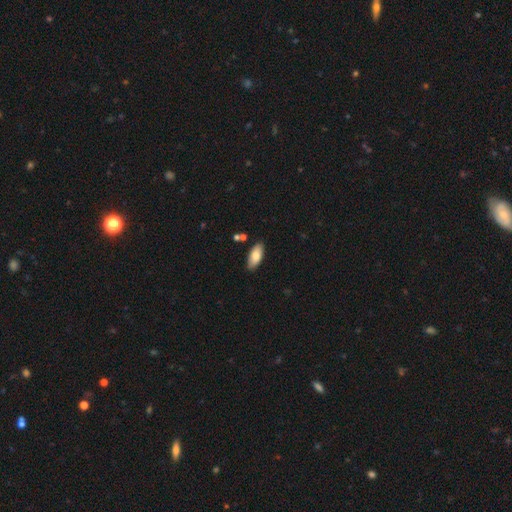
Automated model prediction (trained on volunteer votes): Morphology: type=smooth (81%); roundness=in between (88%); merging=none (84%).